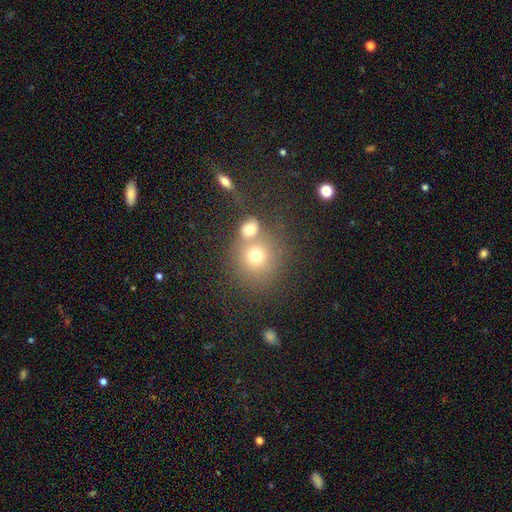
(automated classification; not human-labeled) A smooth galaxy with no disk features (71%) that is round (84%). Merging: none (46%).